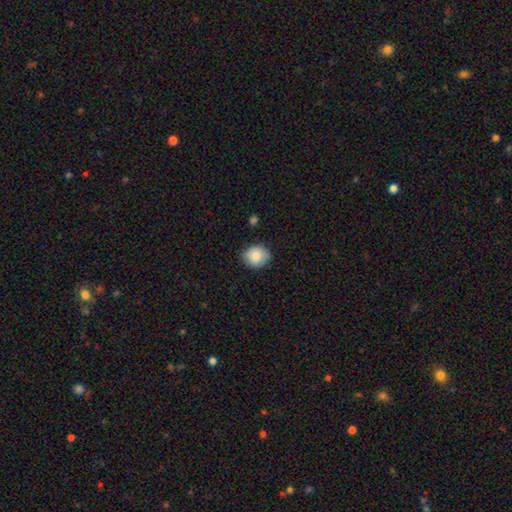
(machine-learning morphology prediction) This appears to be a smooth galaxy with no disk features (83%) that is round (77%). Merging: none (80%).